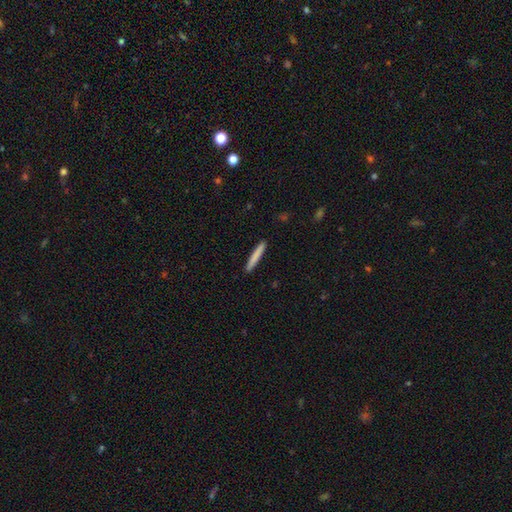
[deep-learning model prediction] Smooth or featured? Predicted: smooth (p=0.80). How rounded? Predicted: cigar-shaped (p=0.96). Merging? Predicted: none (p=0.92).